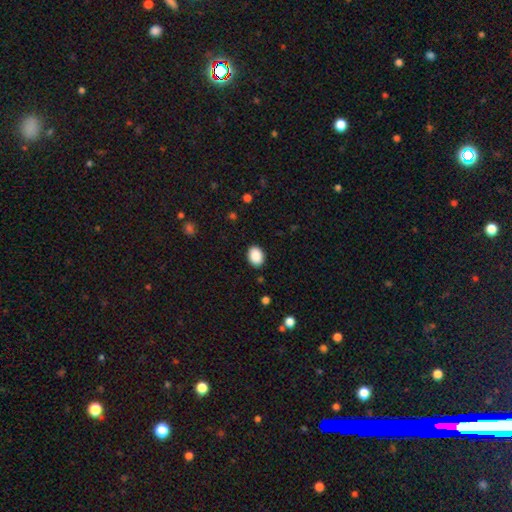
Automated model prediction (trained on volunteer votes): Smooth or featured? Predicted: smooth (p=0.89). How rounded? Predicted: in between (p=0.69). Merging? Predicted: none (p=0.89).